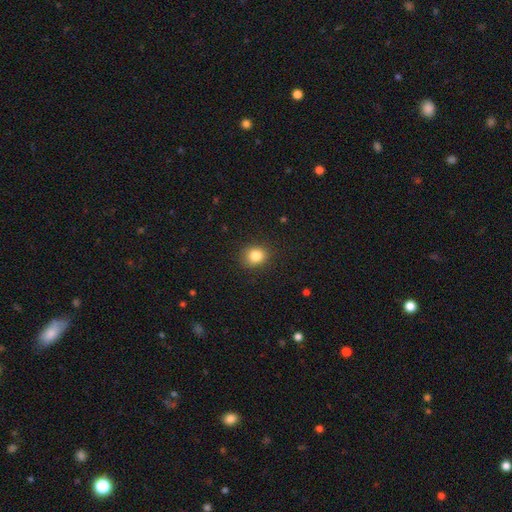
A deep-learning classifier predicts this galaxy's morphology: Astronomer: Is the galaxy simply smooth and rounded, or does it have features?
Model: smooth — 84%.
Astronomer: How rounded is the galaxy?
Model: round — 69%.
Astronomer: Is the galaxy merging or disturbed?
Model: none — 86%.